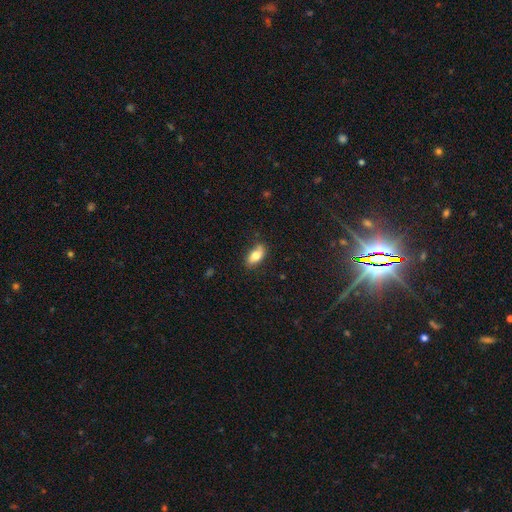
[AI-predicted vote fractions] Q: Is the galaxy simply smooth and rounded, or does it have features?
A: smooth — 80%.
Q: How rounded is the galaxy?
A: in between — 89%.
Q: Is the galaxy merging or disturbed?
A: none — 76%.